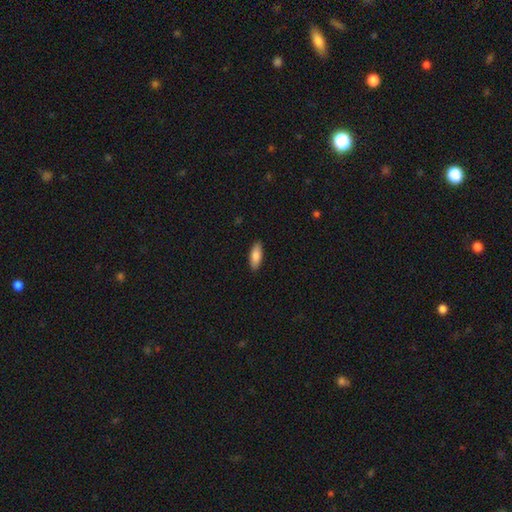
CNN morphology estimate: Overall: smooth (83%). How rounded: in between (76%). Merging: none (89%).